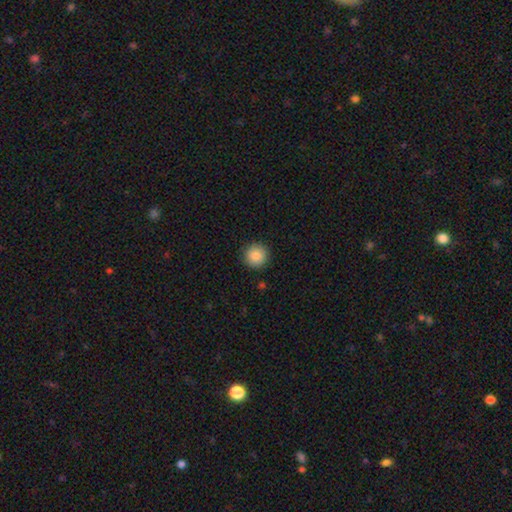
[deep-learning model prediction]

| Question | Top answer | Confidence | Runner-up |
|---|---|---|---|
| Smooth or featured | smooth | 87% | star or artifact (9%) |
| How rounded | round | 94% | in between (5%) |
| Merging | none | 90% | minor disturbance (7%) |